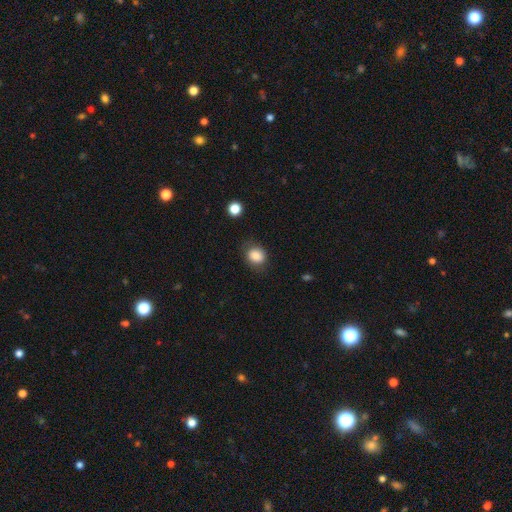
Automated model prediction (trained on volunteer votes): Smooth or featured? Predicted: smooth (p=0.84). How rounded? Predicted: round (p=0.61). Merging? Predicted: none (p=0.75).